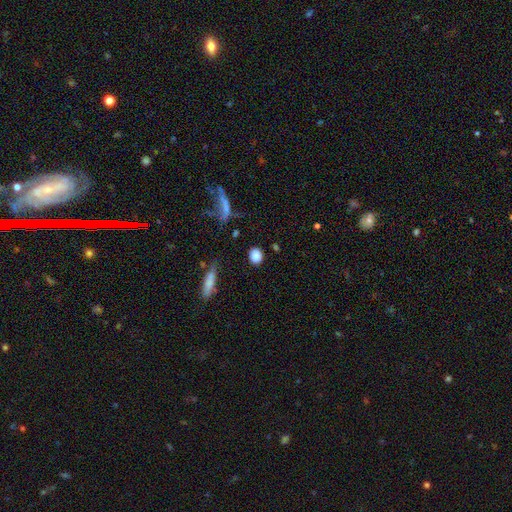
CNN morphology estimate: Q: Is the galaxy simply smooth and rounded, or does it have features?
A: smooth — 86%.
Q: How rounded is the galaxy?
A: round — 68%.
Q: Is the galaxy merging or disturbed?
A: none — 86%.